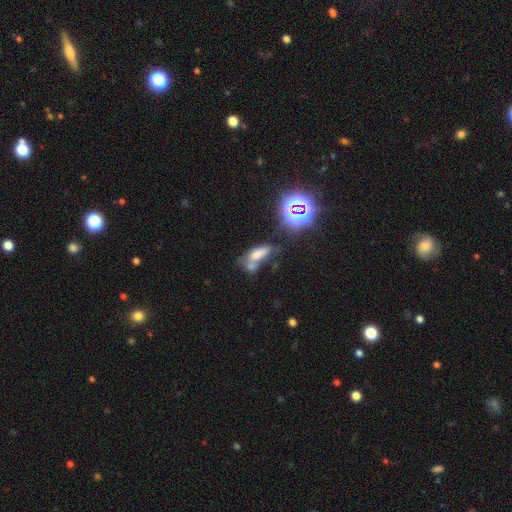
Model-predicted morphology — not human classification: smooth 59%, star or artifact 23%, featured or disk 18%. Down the decision tree: how rounded — in between (73%); merging — merger (44%).